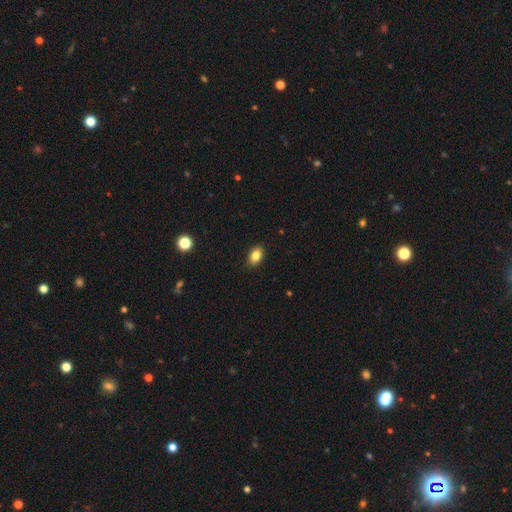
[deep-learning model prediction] smooth 85%, star or artifact 9%, featured or disk 6%. Down the decision tree: how rounded — in between (82%); merging — none (89%).